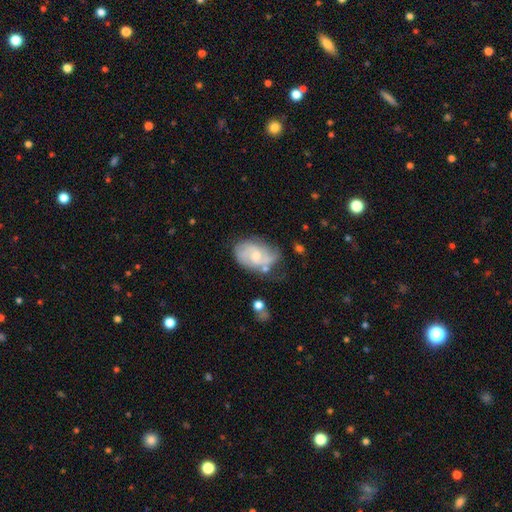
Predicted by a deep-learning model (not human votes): Q: Smooth or featured?
A: featured or disk (71%); runner-up: smooth (23%)
Q: Edge-on disk?
A: no (97%); runner-up: yes (3%)
Q: Bar?
A: no (59%); runner-up: weak (37%)
Q: Spiral arms?
A: yes (89%); runner-up: no (11%)
Q: Spiral winding?
A: medium (45%); runner-up: tight (34%)
Q: Spiral arm count?
A: 2 (51%); runner-up: can't tell (24%)
Q: Bulge size?
A: small (56%); runner-up: moderate (38%)
Q: Merging?
A: none (53%); runner-up: minor disturbance (27%)